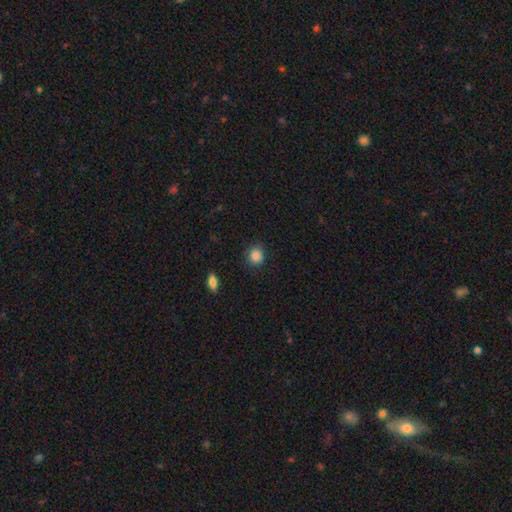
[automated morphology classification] smooth 87%, star or artifact 9%, featured or disk 3%. Down the decision tree: how rounded — round (82%); merging — none (84%).